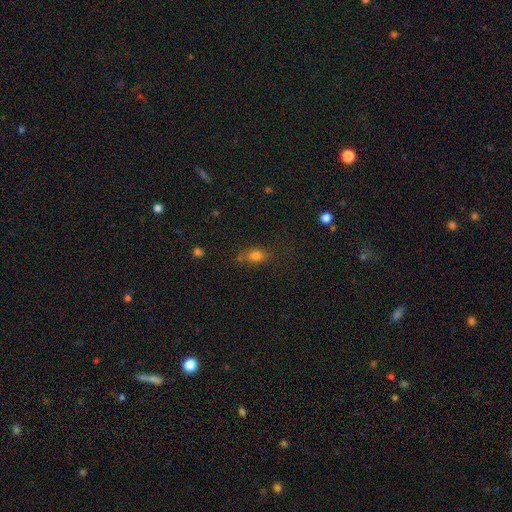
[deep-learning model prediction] smooth 78%, star or artifact 13%, featured or disk 9%. Down the decision tree: how rounded — in between (66%); merging — none (64%).